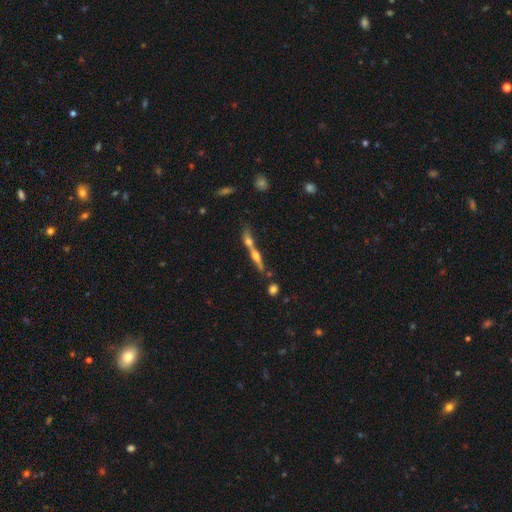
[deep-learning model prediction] Smooth or featured? featured or disk (64%)
Edge-on disk? yes (92%)
Edge-on bulge? rounded (88%)
Merging? none (49%)